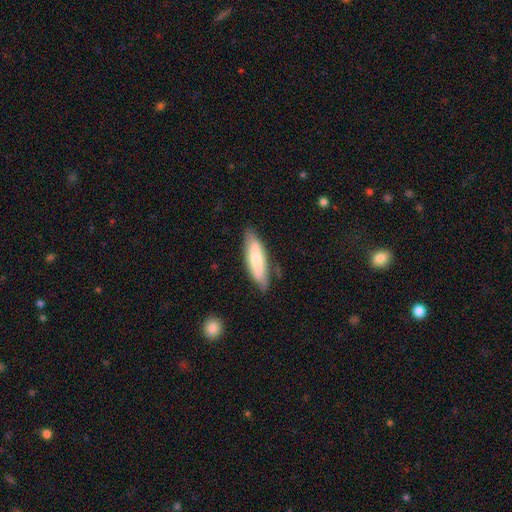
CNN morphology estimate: Overall: smooth (62%; featured or disk 32%). How rounded: cigar-shaped (59%; in between 40%). Merging: none (76%).